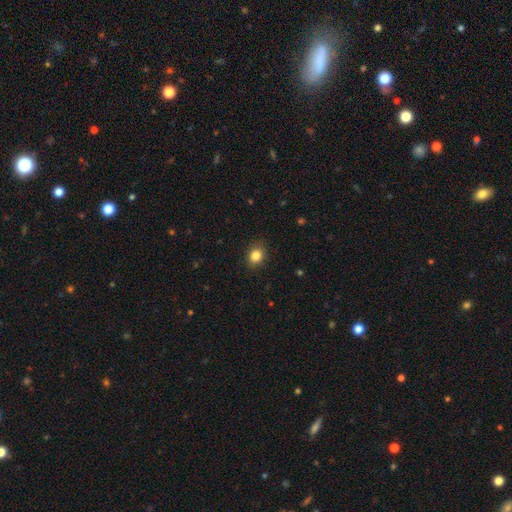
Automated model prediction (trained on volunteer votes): Smooth or featured?
  - smooth: 85% *
  - star or artifact: 10%
  - featured or disk: 5%
How rounded?
  - round: 55% *
  - in between: 44%
  - cigar-shaped: 1%
Merging?
  - none: 85% *
  - minor disturbance: 11%
  - major disturbance: 3%
  - merger: 1%